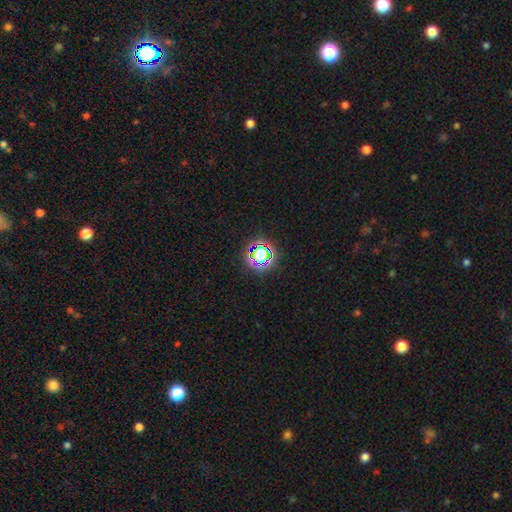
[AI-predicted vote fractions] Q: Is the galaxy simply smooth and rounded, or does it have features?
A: star or artifact — 60%.